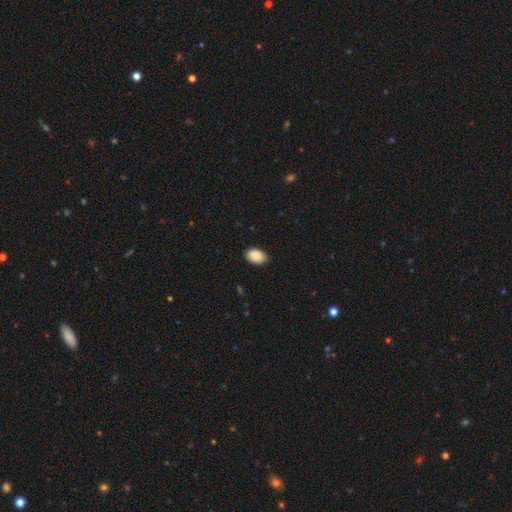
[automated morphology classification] Smooth or featured?
  - smooth: 90% *
  - star or artifact: 7%
  - featured or disk: 3%
How rounded?
  - in between: 87% *
  - round: 12%
  - cigar-shaped: 1%
Merging?
  - none: 87% *
  - minor disturbance: 10%
  - major disturbance: 2%
  - merger: 1%